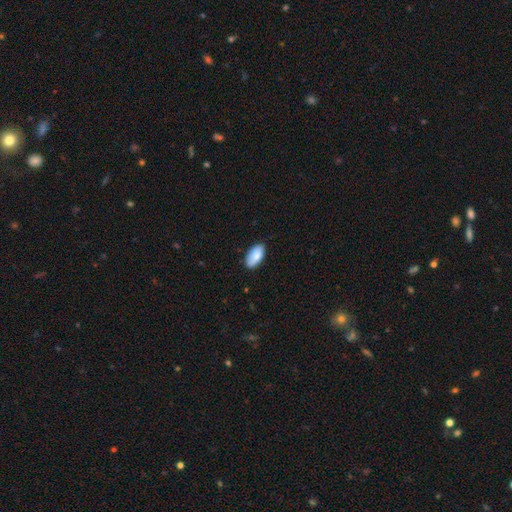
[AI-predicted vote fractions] Smooth or featured? Predicted: smooth (p=0.86). How rounded? Predicted: in between (p=0.95). Merging? Predicted: none (p=0.84).